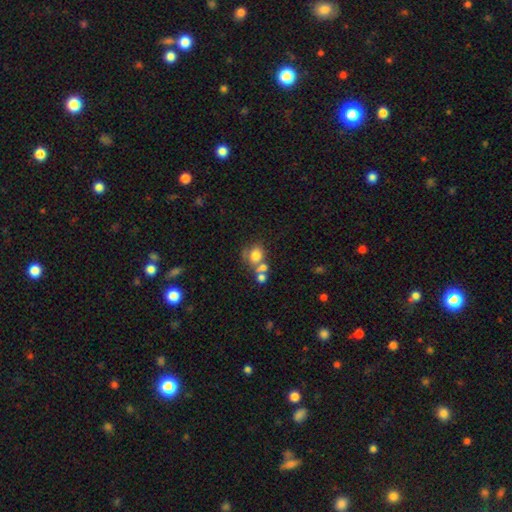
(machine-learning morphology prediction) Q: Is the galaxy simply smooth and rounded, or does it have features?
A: smooth — 71%.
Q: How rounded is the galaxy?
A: round — 64%.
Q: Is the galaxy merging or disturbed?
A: merger — 42%.